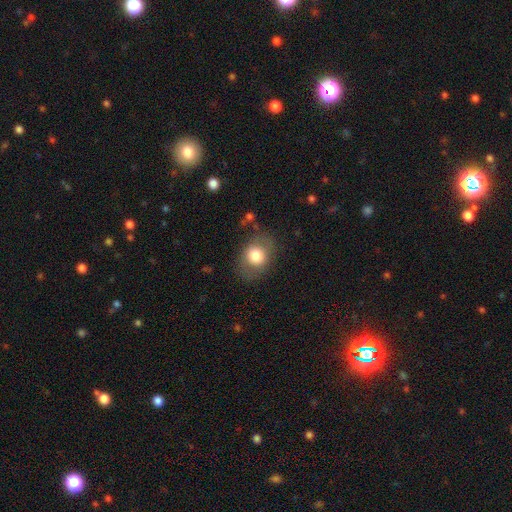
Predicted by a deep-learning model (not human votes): The model was most divided on "how rounded": in between: 57%, round: 42%, cigar-shaped: 1%. More confident: smooth or featured — smooth (77%); merging — none (76%).